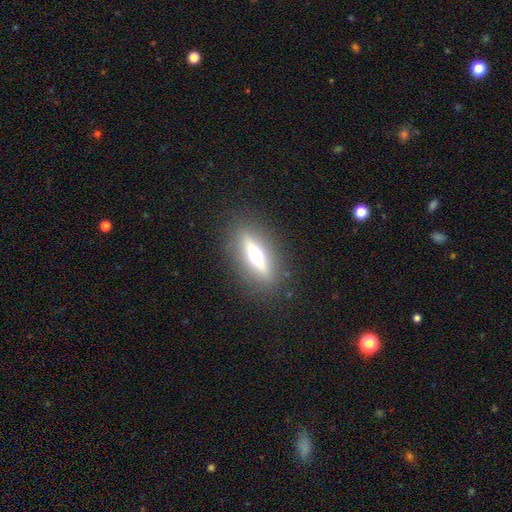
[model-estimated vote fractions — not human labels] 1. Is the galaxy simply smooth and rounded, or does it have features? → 60% featured or disk, 32% smooth, 8% star or artifact.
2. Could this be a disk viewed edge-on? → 87% yes, 13% no.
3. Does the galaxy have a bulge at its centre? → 94% rounded, 3% boxy, 3% none.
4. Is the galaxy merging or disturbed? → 87% none, 8% minor disturbance, 3% major disturbance, 1% merger.